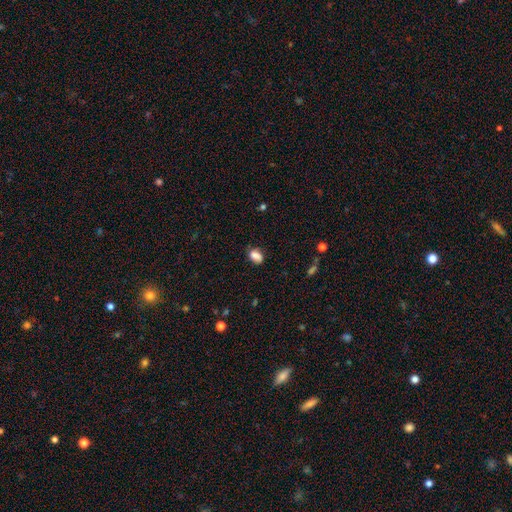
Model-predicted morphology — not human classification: A smooth galaxy with no disk features (80%) that is in between round and cigar-shaped (82%). Merging: none (68%).